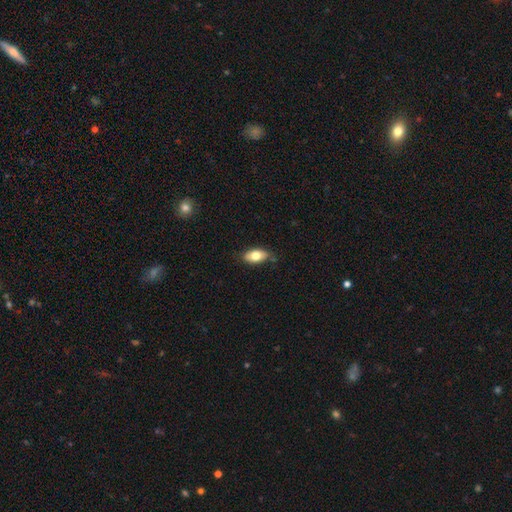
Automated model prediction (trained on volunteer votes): The model was most divided on "merging": none: 76%, minor disturbance: 19%, major disturbance: 3%, merger: 2%. More confident: how rounded — in between (90%); smooth or featured — smooth (75%).